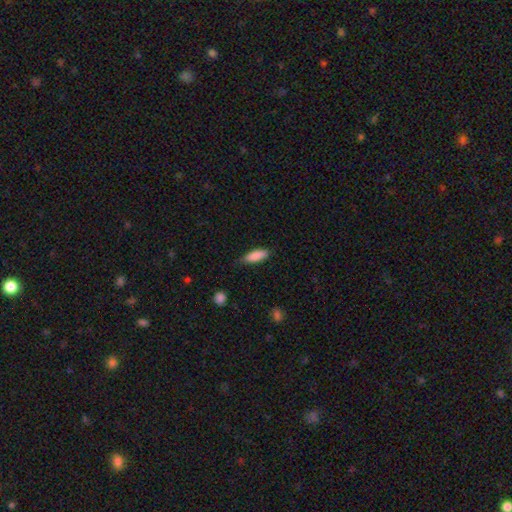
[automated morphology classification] This appears to be a smooth galaxy with no disk features (86%) that is in between round and cigar-shaped (60%). Merging: none (75%).